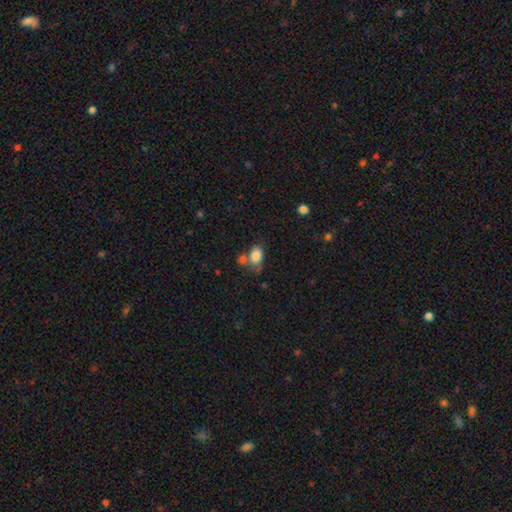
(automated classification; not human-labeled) Q: Smooth or featured?
A: smooth (84%); runner-up: star or artifact (9%)
Q: How rounded?
A: in between (83%); runner-up: round (16%)
Q: Merging?
A: none (50%); runner-up: merger (24%)